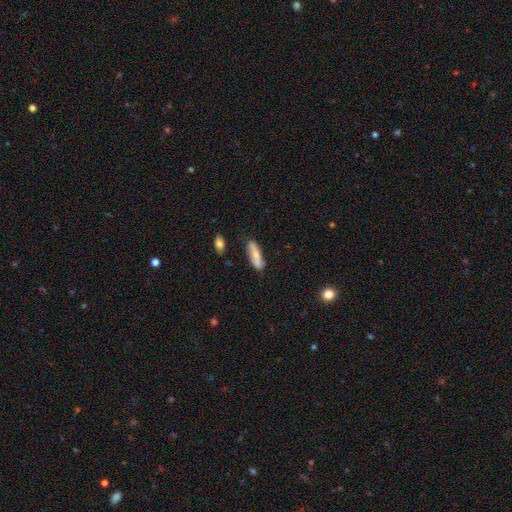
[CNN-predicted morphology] Q: Smooth or featured?
A: smooth (65%); runner-up: featured or disk (29%)
Q: How rounded?
A: cigar-shaped (52%); runner-up: in between (45%)
Q: Merging?
A: none (76%); runner-up: minor disturbance (17%)